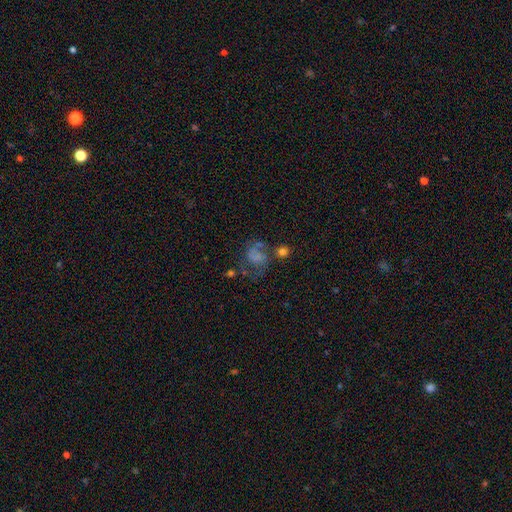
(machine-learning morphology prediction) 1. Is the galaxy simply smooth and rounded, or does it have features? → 51% featured or disk, 34% smooth, 15% star or artifact.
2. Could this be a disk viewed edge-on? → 98% no, 2% yes.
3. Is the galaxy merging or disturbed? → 38% none, 28% major disturbance, 20% minor disturbance, 14% merger.